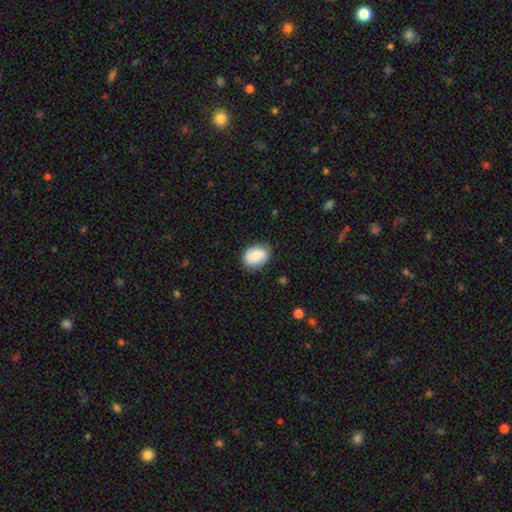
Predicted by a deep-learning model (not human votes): This is clearly a smooth galaxy (81%). How rounded: likely in between (71%). Merging: clearly none (81%).